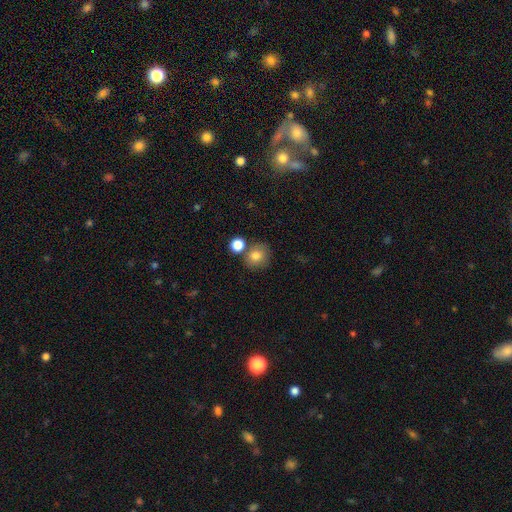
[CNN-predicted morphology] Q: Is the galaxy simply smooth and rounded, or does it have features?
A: smooth — 81%.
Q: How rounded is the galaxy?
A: round — 80%.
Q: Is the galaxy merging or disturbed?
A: none — 68%.